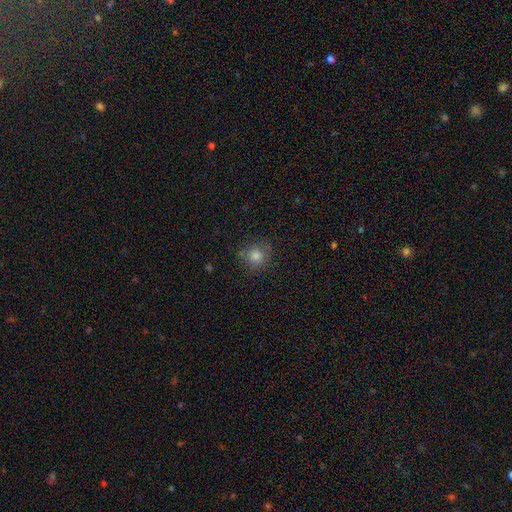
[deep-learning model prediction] Smooth or featured? smooth (79%)
How rounded? round (92%)
Merging? none (83%)